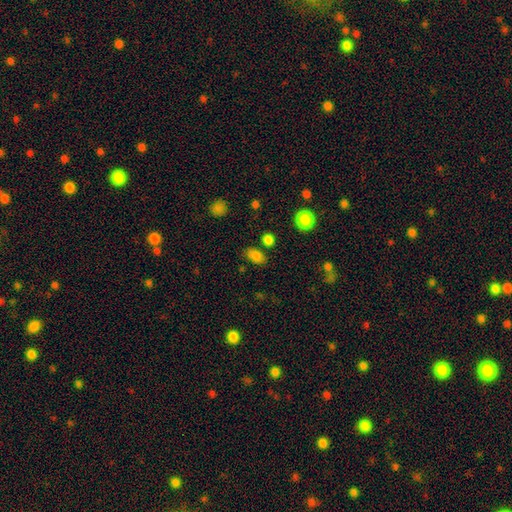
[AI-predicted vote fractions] smooth-or-featured: smooth: 83% | star or artifact: 12% | featured or disk: 6%
  how-rounded: in between: 86% | round: 12% | cigar-shaped: 2%
  merging: none: 78% | minor disturbance: 12% | merger: 6% | major disturbance: 4%